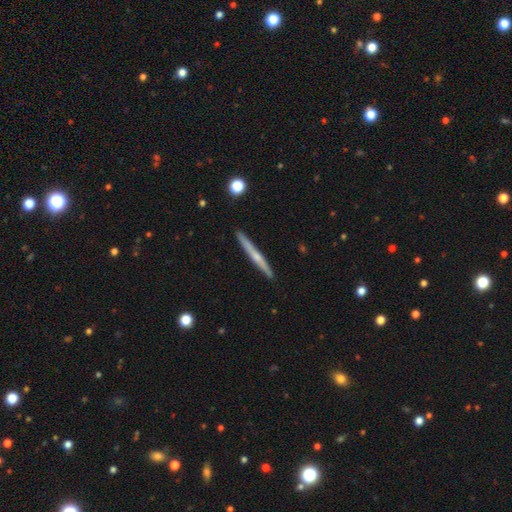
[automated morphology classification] smooth-or-featured: featured or disk: 60% | smooth: 34% | star or artifact: 6%
  disk-edge-on: yes: 97% | no: 3%
    edge-on-bulge: rounded: 51% | none: 44% | boxy: 5%
  merging: none: 91% | minor disturbance: 6% | merger: 1% | major disturbance: 1%